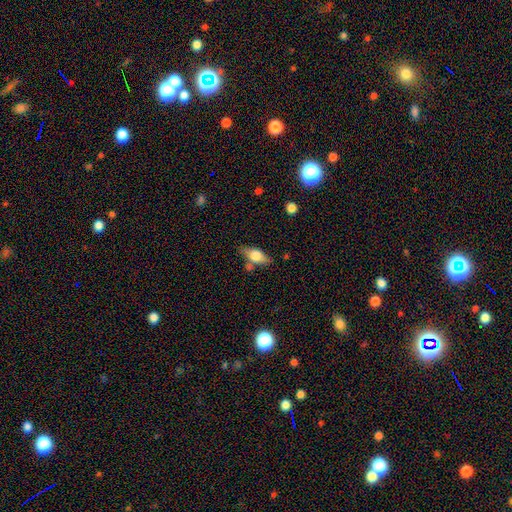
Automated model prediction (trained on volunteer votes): A smooth galaxy with no disk features (64%) that is in between round and cigar-shaped (79%).

Vote fractions:
- Smooth or featured? smooth: 64% / featured or disk: 28% / star or artifact: 8%
- How rounded? in between: 79% / cigar-shaped: 15% / round: 6%
- Merging? none: 68% / minor disturbance: 19% / merger: 9% / major disturbance: 5%